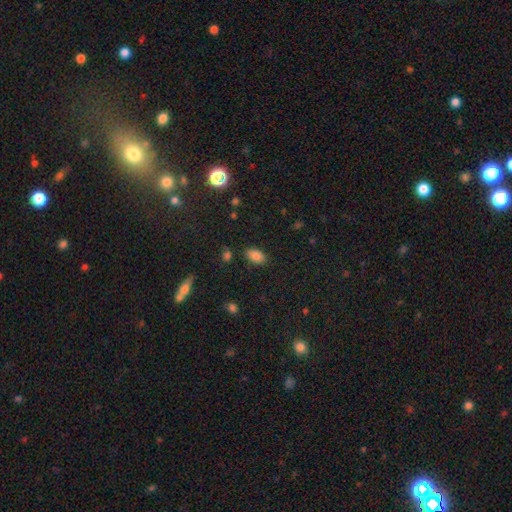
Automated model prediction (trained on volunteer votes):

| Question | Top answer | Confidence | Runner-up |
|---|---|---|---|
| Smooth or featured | smooth | 83% | star or artifact (11%) |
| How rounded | in between | 91% | round (7%) |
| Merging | none | 84% | minor disturbance (10%) |